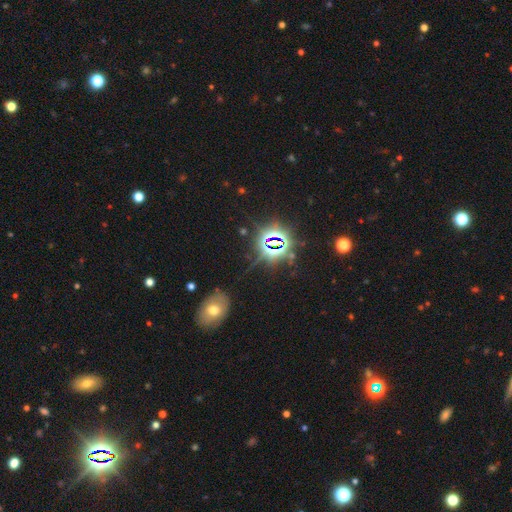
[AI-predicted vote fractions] The model was most divided on "smooth or featured": star or artifact: 67%, smooth: 20%, featured or disk: 12%.